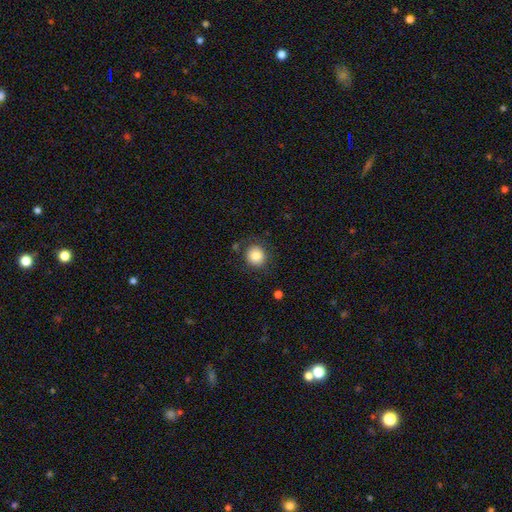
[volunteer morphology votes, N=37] smooth 97%, star or artifact 3%, featured or disk 0%. Down the decision tree: how rounded — round (75%); merging — none (78%).